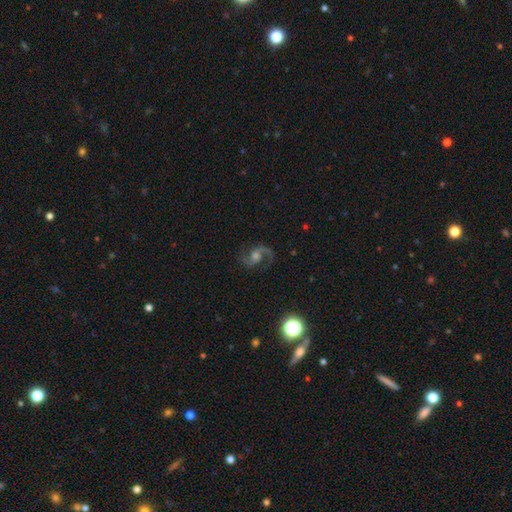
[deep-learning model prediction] A featured or disk galaxy (87%) with no bar (49%), 2 (93%) medium (53%) spiral arms (98%) and a moderate central bulge (50%).

Vote fractions:
- Smooth or featured? featured or disk: 87% / star or artifact: 8% / smooth: 5%
- Edge-on disk? no: 98% / yes: 2%
- Bar? no: 49% / weak: 42% / strong: 10%
- Spiral arms? yes: 98% / no: 2%
- Spiral winding? medium: 53% / loose: 37% / tight: 9%
- Spiral arm count? 2: 93% / 1: 2% / can't tell: 2% / 3: 1% / 4: 1% / more than 4: 1%
- Bulge size? moderate: 50% / small: 28% / large: 12% / none: 9% / dominant: 2%
- Merging? none: 80% / minor disturbance: 12% / major disturbance: 7% / merger: 2%